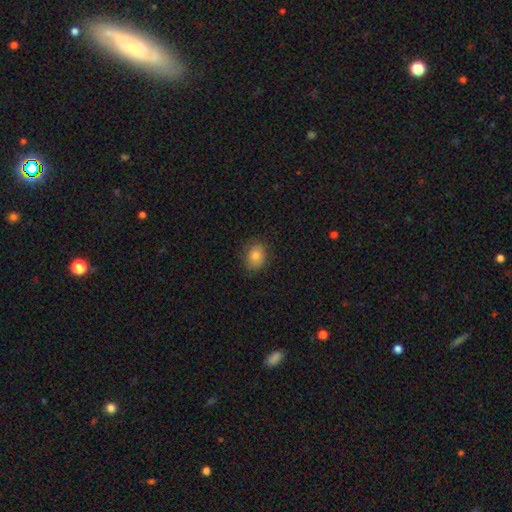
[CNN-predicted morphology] smooth_or_featured: smooth (p=0.79) [alt: featured or disk p=0.11]
how_rounded: round (p=0.56) [alt: in between p=0.43]
merging: none (p=0.83) [alt: minor disturbance p=0.13]